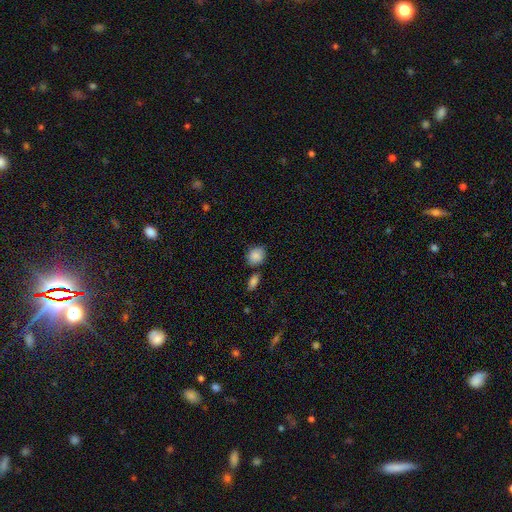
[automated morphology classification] A smooth galaxy with no disk features (87%) that is round (55%).

Vote fractions:
- Smooth or featured? smooth: 87% / star or artifact: 7% / featured or disk: 5%
- How rounded? round: 55% / in between: 43% / cigar-shaped: 1%
- Merging? none: 68% / minor disturbance: 17% / merger: 12% / major disturbance: 4%